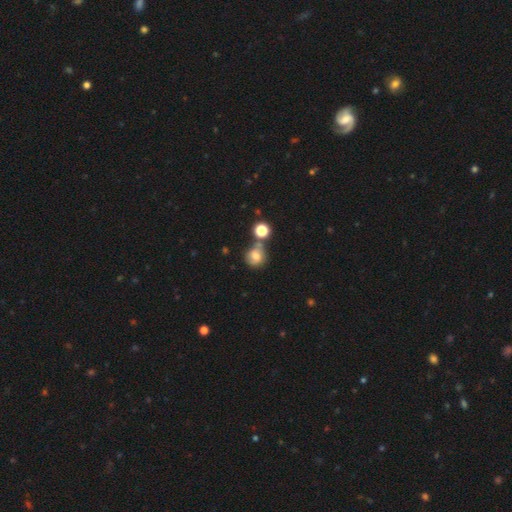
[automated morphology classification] A smooth galaxy with no disk features (71%) that is round (81%).

Vote fractions:
- Smooth or featured? smooth: 71% / featured or disk: 15% / star or artifact: 13%
- How rounded? round: 81% / in between: 18% / cigar-shaped: 1%
- Merging? none: 54% / merger: 24% / minor disturbance: 16% / major disturbance: 6%